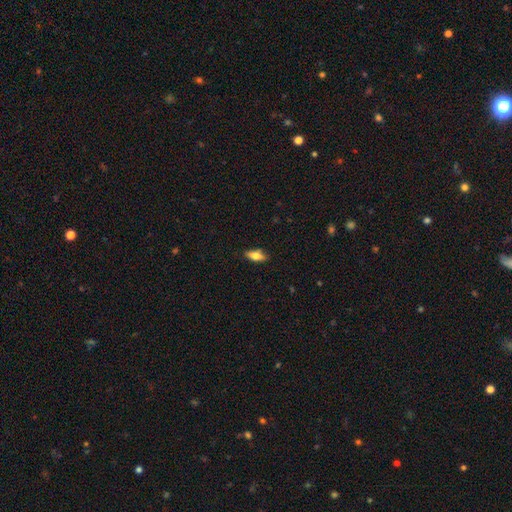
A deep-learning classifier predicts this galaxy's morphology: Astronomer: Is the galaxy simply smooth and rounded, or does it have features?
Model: smooth — 69%.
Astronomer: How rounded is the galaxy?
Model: in between — 78%.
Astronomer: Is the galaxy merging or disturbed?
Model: none — 85%.